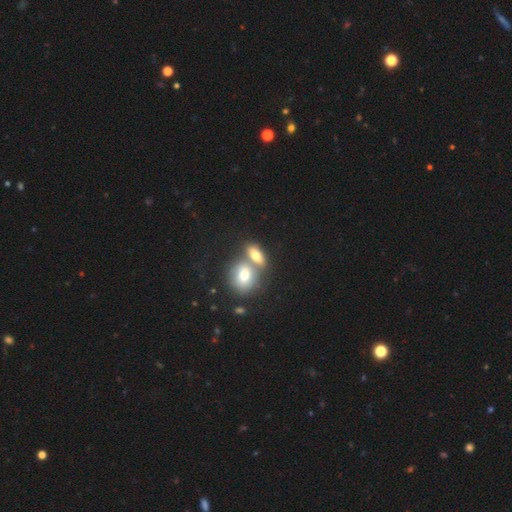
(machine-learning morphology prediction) Smooth or featured? smooth (74%)
How rounded? in between (68%)
Merging? merger (47%)